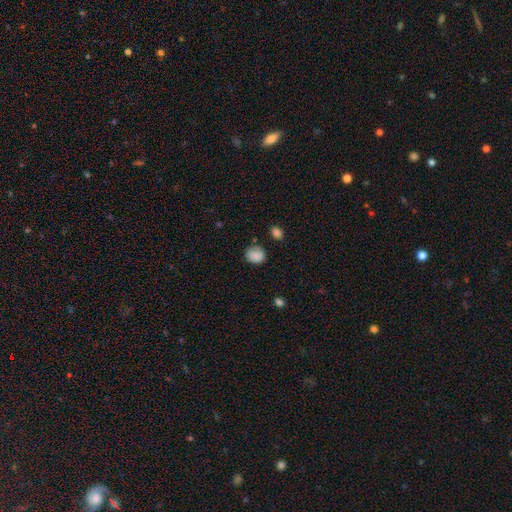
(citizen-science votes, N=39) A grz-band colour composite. It shows a smooth galaxy with no disk features (100%) that is round (90%). Merging: none (85%).